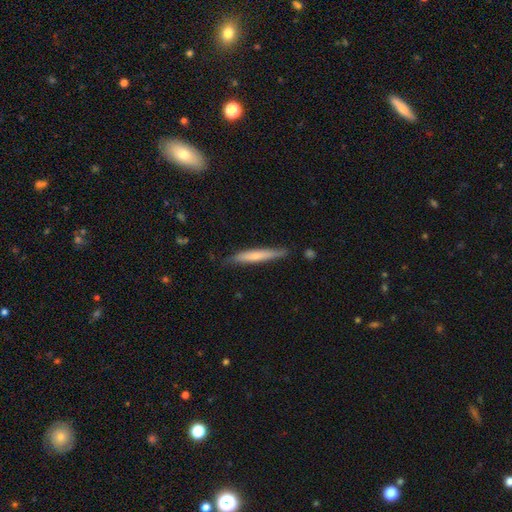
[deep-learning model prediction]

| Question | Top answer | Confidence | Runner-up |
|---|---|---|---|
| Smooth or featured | smooth | 61% | featured or disk (34%) |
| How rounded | cigar-shaped | 95% | in between (4%) |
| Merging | none | 82% | minor disturbance (14%) |